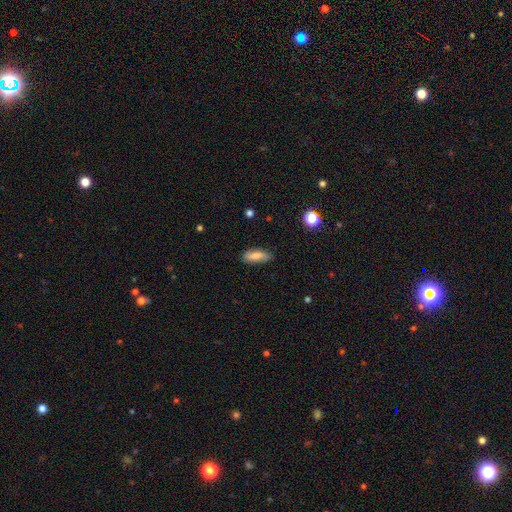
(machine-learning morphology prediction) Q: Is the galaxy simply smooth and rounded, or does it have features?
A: smooth — 73%.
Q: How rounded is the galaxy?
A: in between — 75%.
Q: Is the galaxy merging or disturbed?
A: none — 80%.